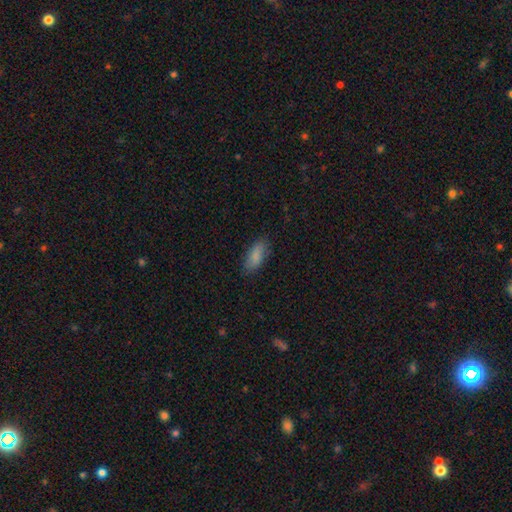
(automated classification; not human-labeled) smooth_or_featured: smooth (p=0.85) [alt: featured or disk p=0.08]
how_rounded: in between (p=0.82) [alt: cigar-shaped p=0.16]
merging: none (p=0.80) [alt: minor disturbance p=0.15]